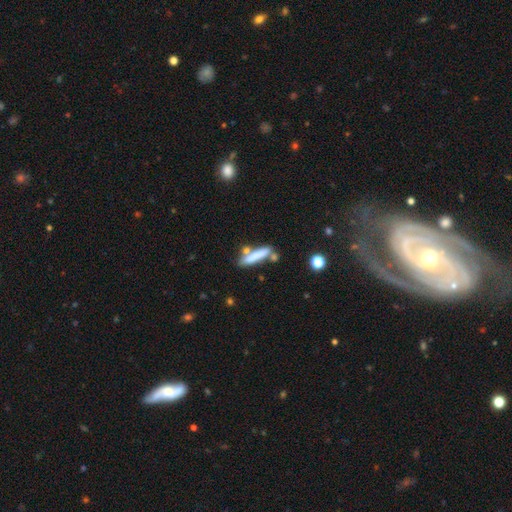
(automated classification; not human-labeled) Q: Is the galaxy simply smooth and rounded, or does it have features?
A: smooth — 72%.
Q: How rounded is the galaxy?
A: cigar-shaped — 84%.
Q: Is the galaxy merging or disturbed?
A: none — 58%.